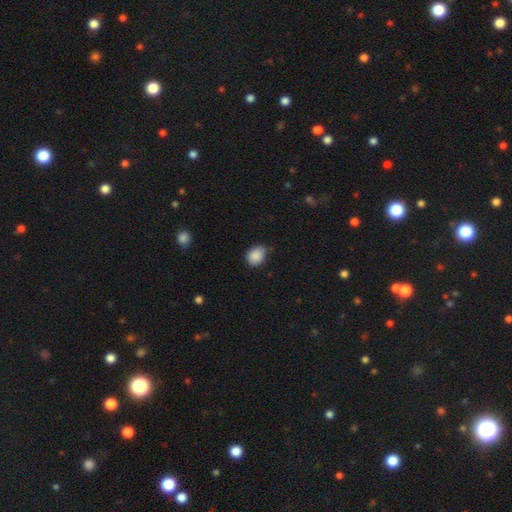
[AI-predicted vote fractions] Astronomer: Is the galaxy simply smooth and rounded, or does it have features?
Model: smooth — 87%.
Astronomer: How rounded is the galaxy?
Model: round — 52% (runner-up: in between, 47%).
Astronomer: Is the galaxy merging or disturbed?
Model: none — 59% (runner-up: minor disturbance, 34%).